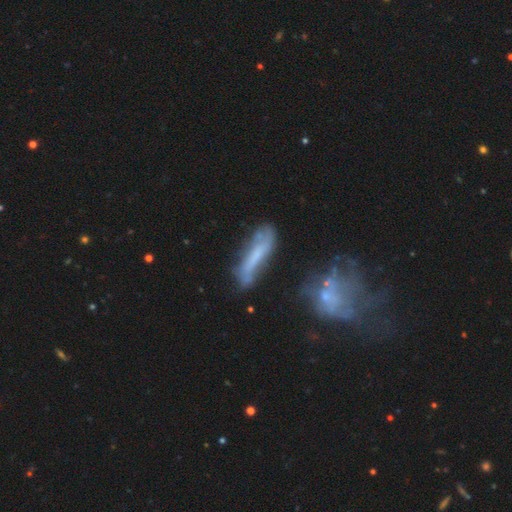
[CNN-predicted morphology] type=smooth (46%); merging=none (55%).